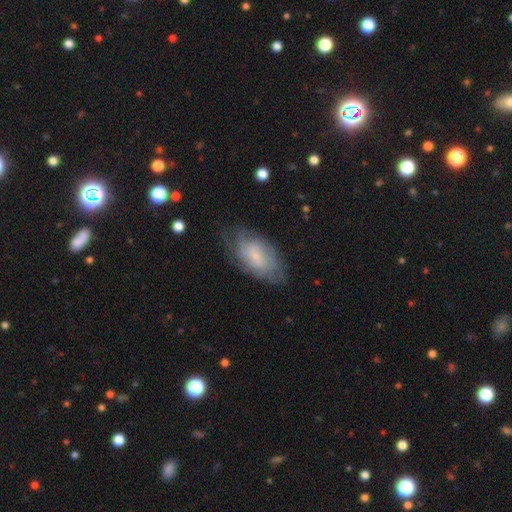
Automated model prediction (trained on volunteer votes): Smooth or featured?
  - featured or disk: 52% *
  - smooth: 41%
  - star or artifact: 8%
Edge-on disk?
  - no: 93% *
  - yes: 7%
Merging?
  - none: 66% *
  - minor disturbance: 23%
  - major disturbance: 10%
  - merger: 1%